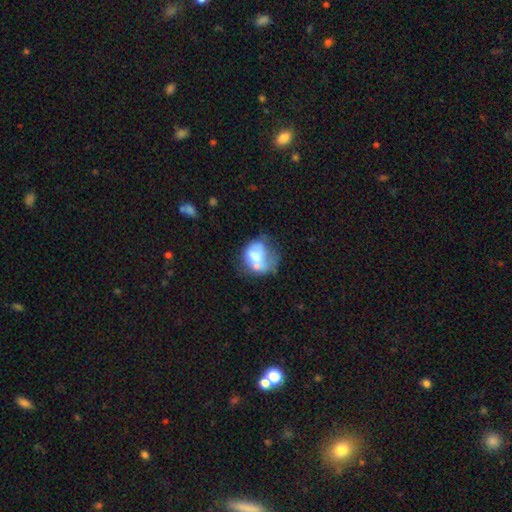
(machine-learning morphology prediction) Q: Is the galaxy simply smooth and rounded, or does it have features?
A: smooth — 52%.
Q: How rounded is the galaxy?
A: round — 50%.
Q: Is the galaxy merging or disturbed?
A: merger — 27%, tied with major disturbance.